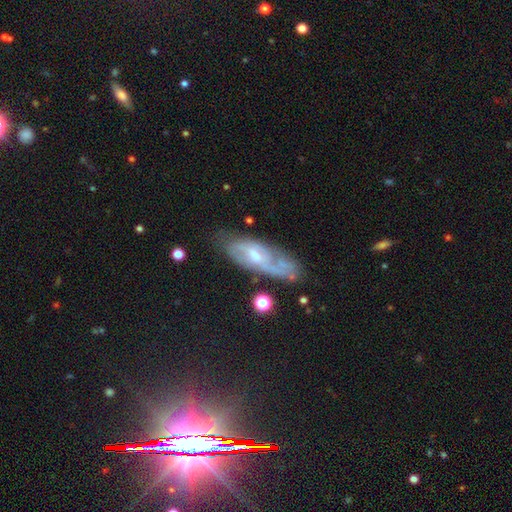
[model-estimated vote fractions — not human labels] smooth_or_featured: featured or disk (p=0.69) [alt: smooth p=0.20]
disk_edge_on: no (p=0.82) [alt: yes p=0.18]
bar: weak (p=0.49) [alt: no p=0.40]
has_spiral_arms: yes (p=0.84) [alt: no p=0.16]
bulge_size: small (p=0.46) [alt: moderate p=0.45]
merging: none (p=0.60) [alt: minor disturbance p=0.25]